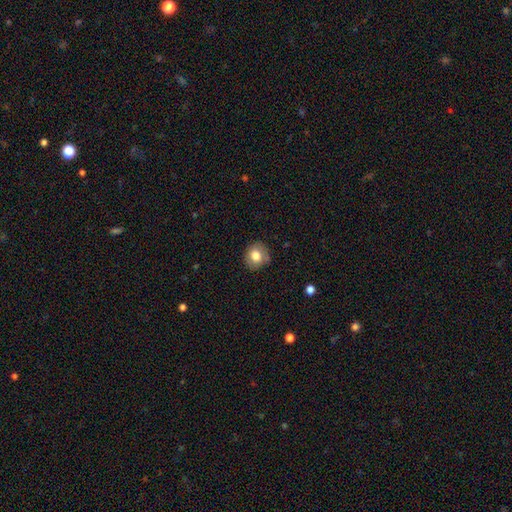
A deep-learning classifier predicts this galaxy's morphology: smooth_or_featured: smooth (p=0.79) [alt: featured or disk p=0.12]
how_rounded: round (p=0.76) [alt: in between p=0.23]
merging: none (p=0.79) [alt: minor disturbance p=0.16]